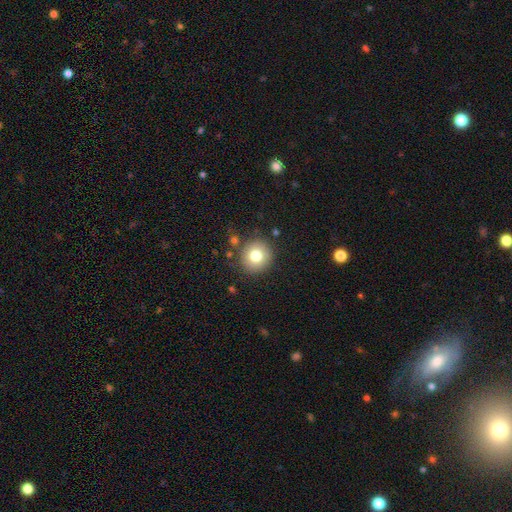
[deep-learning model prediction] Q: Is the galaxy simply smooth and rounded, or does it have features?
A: smooth — 78%.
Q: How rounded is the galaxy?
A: round — 92%.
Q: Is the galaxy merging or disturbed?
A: none — 87%.